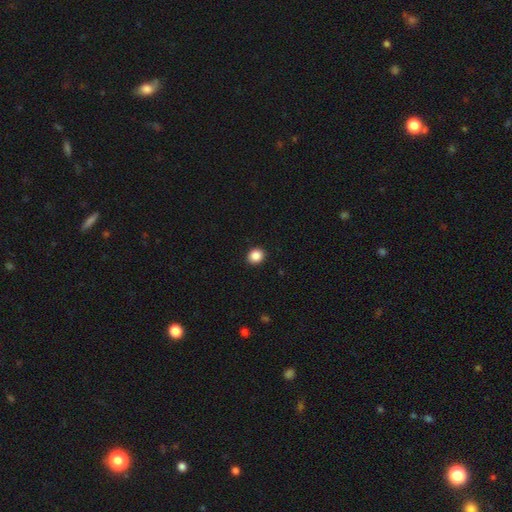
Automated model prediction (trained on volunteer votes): Smooth or featured? smooth (88%)
How rounded? round (73%)
Merging? none (92%)